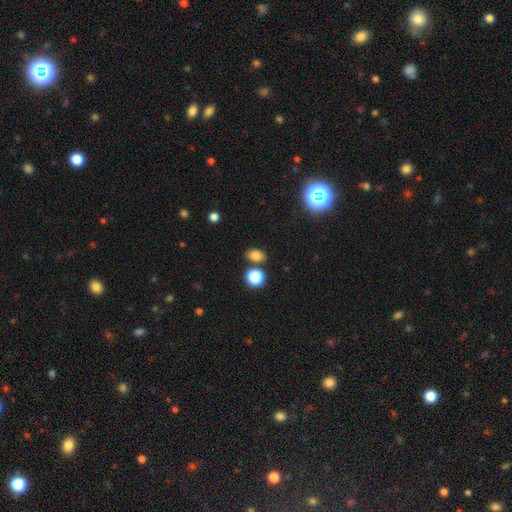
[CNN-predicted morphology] Smooth or featured?
  - smooth: 78% *
  - star or artifact: 15%
  - featured or disk: 7%
How rounded?
  - in between: 69% *
  - round: 29%
  - cigar-shaped: 1%
Merging?
  - none: 77% *
  - merger: 11%
  - minor disturbance: 10%
  - major disturbance: 3%